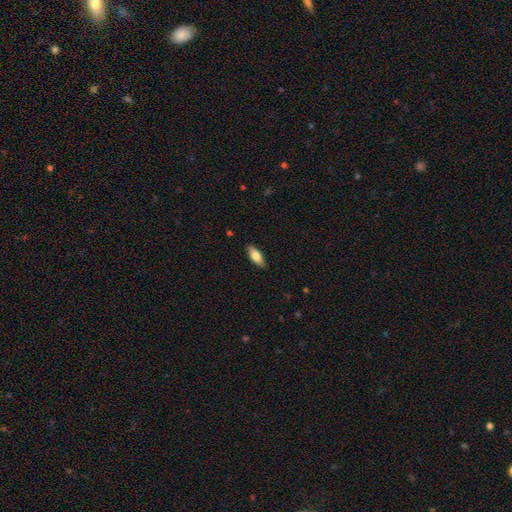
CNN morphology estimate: type=smooth (74%); roundness=in between (72%); merging=none (87%).